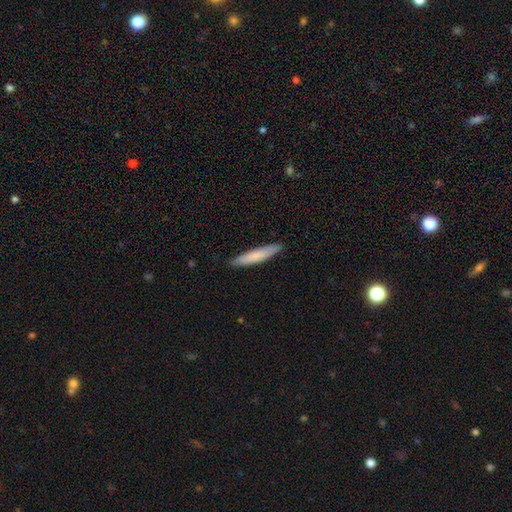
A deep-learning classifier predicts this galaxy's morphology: Smooth or featured?
  - smooth: 75% *
  - featured or disk: 19%
  - star or artifact: 5%
How rounded?
  - cigar-shaped: 91% *
  - in between: 8%
  - round: 1%
Merging?
  - none: 88% *
  - minor disturbance: 9%
  - major disturbance: 2%
  - merger: 1%